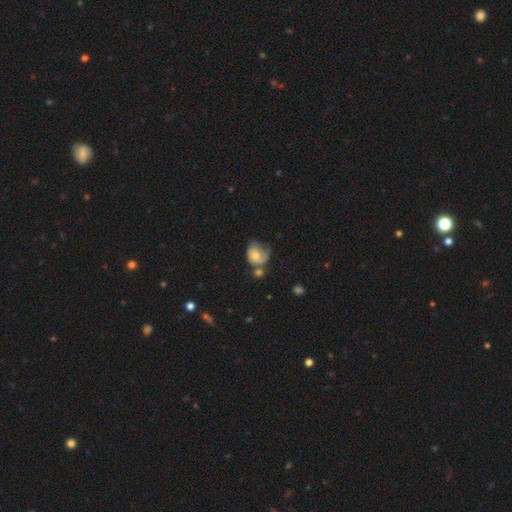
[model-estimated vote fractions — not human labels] Q: Smooth or featured?
A: smooth (55%); runner-up: featured or disk (37%)
Q: How rounded?
A: round (58%); runner-up: in between (41%)
Q: Merging?
A: none (31%); runner-up: minor disturbance (27%)